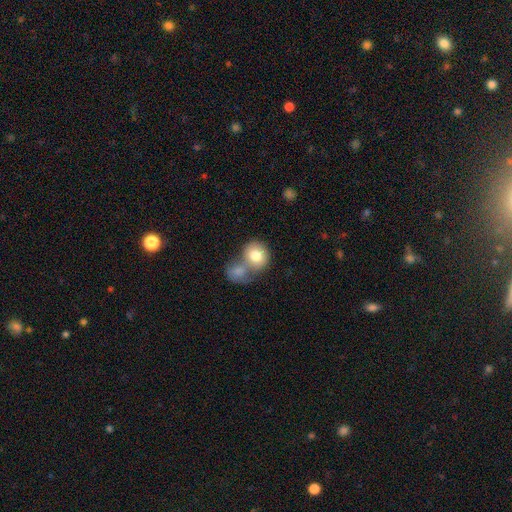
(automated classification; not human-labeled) This appears to be a smooth galaxy with no disk features (78%) that is round (72%). Merging: merger (58%).